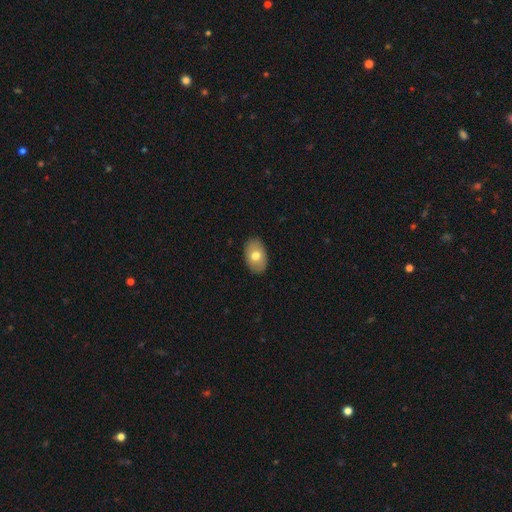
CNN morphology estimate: type=smooth (71%); roundness=in between (89%); merging=none (88%).